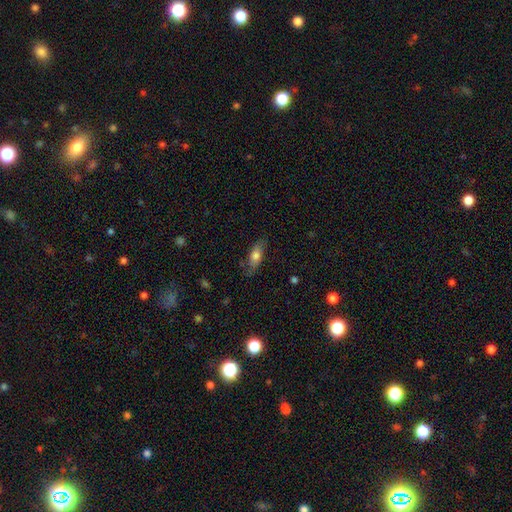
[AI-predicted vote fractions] smooth-or-featured: smooth: 68% | featured or disk: 25% | star or artifact: 7%
  how-rounded: in between: 72% | cigar-shaped: 25% | round: 4%
  merging: none: 74% | minor disturbance: 20% | major disturbance: 5% | merger: 1%